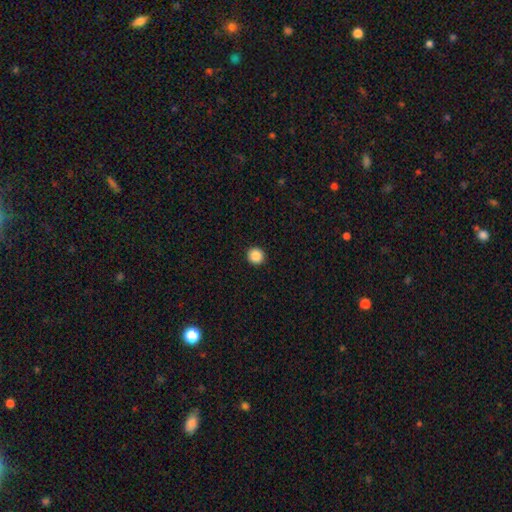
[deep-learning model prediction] This appears to be a smooth galaxy with no disk features (88%) that is round (96%). Merging: none (94%).